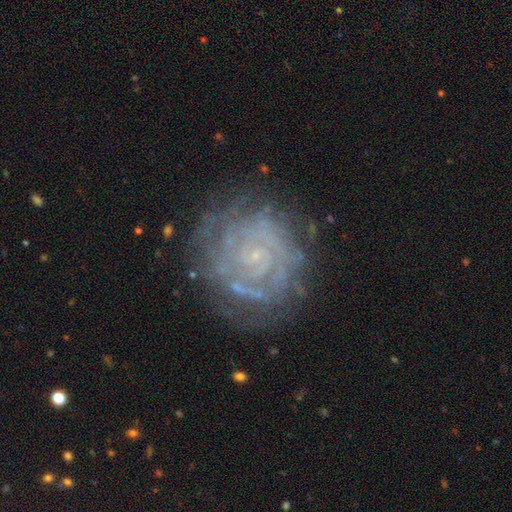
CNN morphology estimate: Q: Smooth or featured?
A: featured or disk (80%); runner-up: smooth (11%)
Q: Edge-on disk?
A: no (98%); runner-up: yes (2%)
Q: Bar?
A: no (77%); runner-up: weak (18%)
Q: Spiral arms?
A: yes (87%); runner-up: no (13%)
Q: Spiral winding?
A: tight (77%); runner-up: medium (18%)
Q: Spiral arm count?
A: can't tell (43%); runner-up: 2 (17%)
Q: Bulge size?
A: small (80%); runner-up: none (12%)
Q: Merging?
A: none (74%); runner-up: minor disturbance (16%)